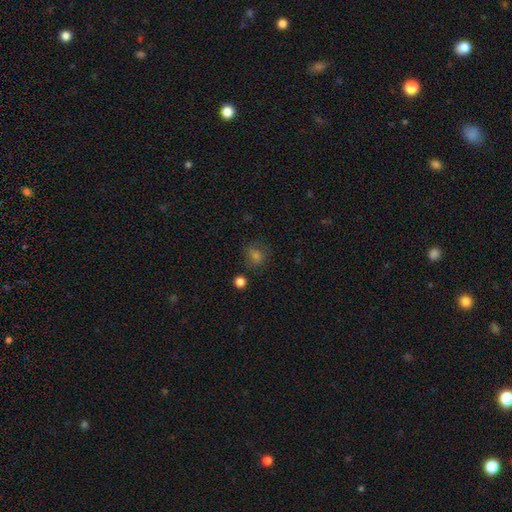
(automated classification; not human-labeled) smooth-or-featured: smooth: 63% | star or artifact: 24% | featured or disk: 13%
  how-rounded: round: 71% | in between: 28% | cigar-shaped: 1%
  merging: none: 73% | minor disturbance: 16% | major disturbance: 8% | merger: 3%